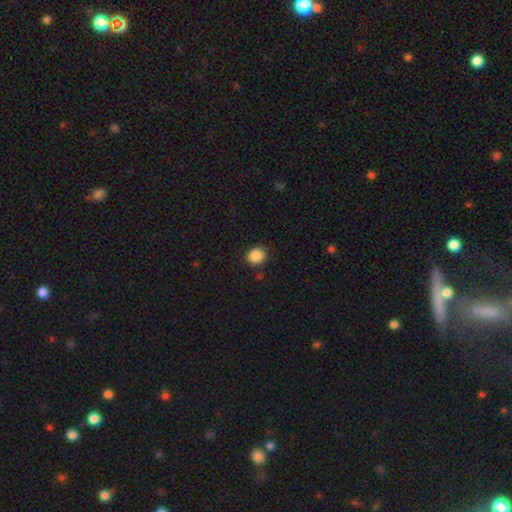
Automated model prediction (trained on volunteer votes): Morphology: type=smooth (88%); roundness=round (80%); merging=none (86%).